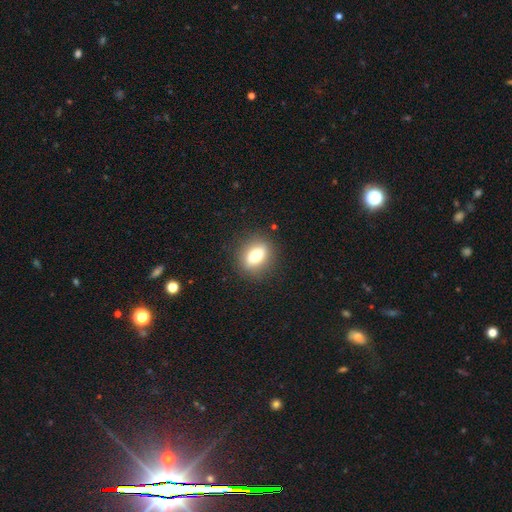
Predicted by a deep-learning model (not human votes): The model was most divided on "how rounded": in between: 59%, round: 35%, cigar-shaped: 5%. More confident: merging — none (87%); smooth or featured — smooth (72%).